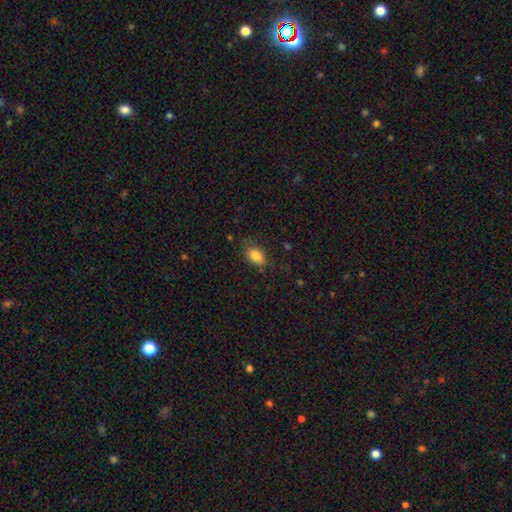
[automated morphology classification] Smooth or featured: smooth — 84% (star or artifact — 9%)
How rounded: in between — 85% (round — 13%)
Merging: none — 74% (minor disturbance — 19%)